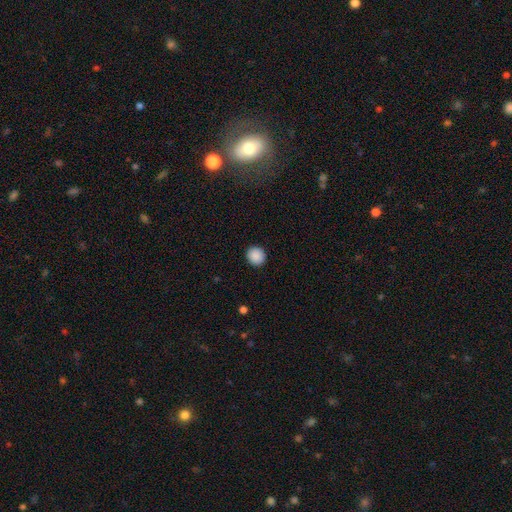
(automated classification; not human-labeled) Q: Smooth or featured?
A: smooth (90%); runner-up: star or artifact (8%)
Q: How rounded?
A: round (89%); runner-up: in between (10%)
Q: Merging?
A: none (92%); runner-up: minor disturbance (5%)